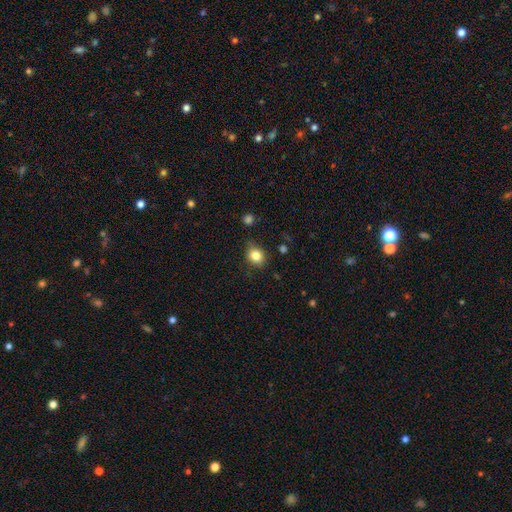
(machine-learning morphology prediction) Smooth or featured? smooth (83%)
How rounded? round (64%)
Merging? none (78%)